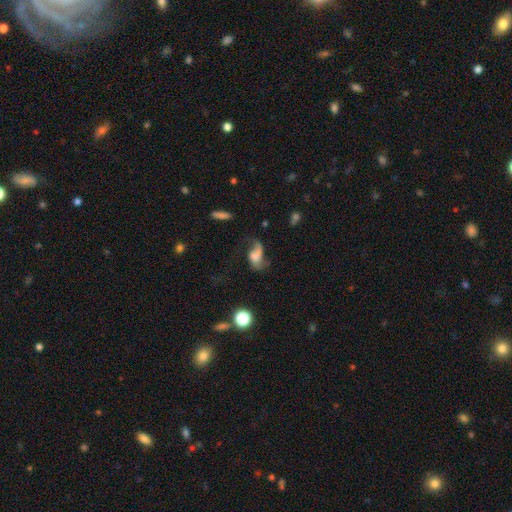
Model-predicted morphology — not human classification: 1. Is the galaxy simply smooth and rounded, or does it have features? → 45% featured or disk, 44% smooth, 12% star or artifact.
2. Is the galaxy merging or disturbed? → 43% major disturbance, 29% none, 22% minor disturbance, 6% merger.